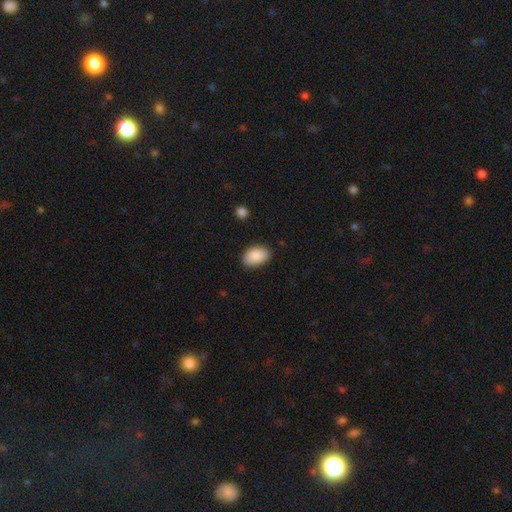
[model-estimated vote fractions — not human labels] This is clearly a smooth galaxy (89%). How rounded: clearly in between (89%). Merging: clearly none (84%).